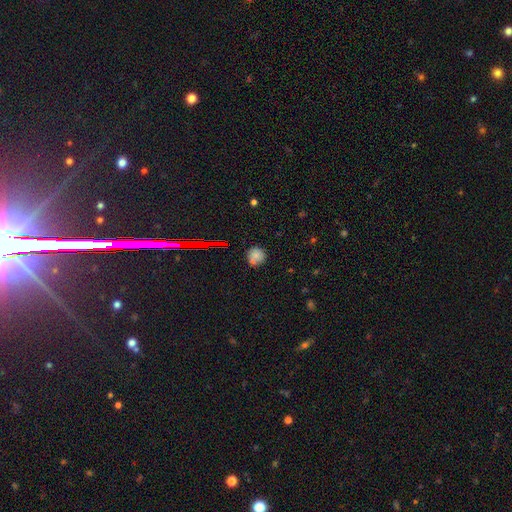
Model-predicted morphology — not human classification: A smooth galaxy with no disk features (75%) that is round (91%). Merging: none (70%).